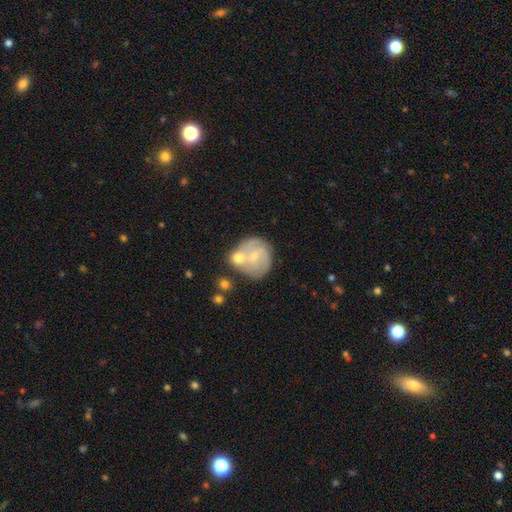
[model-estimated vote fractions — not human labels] Q: Smooth or featured?
A: featured or disk (58%); runner-up: smooth (36%)
Q: Edge-on disk?
A: no (98%); runner-up: yes (2%)
Q: Bar?
A: no (58%); runner-up: weak (36%)
Q: Spiral arms?
A: yes (75%); runner-up: no (25%)
Q: Bulge size?
A: small (63%); runner-up: moderate (30%)
Q: Merging?
A: merger (40%); runner-up: none (39%)